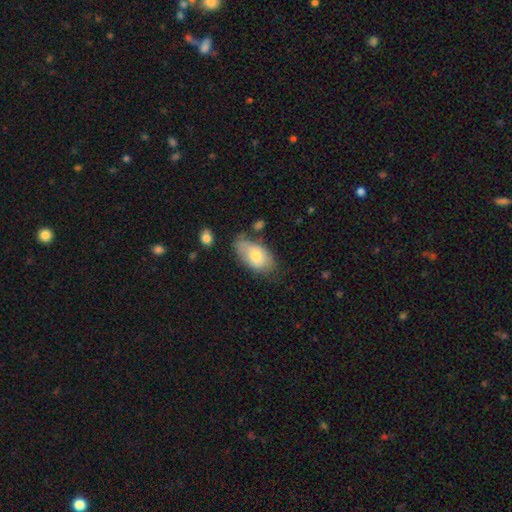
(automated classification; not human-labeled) smooth 70%, featured or disk 23%, star or artifact 6%. Down the decision tree: how rounded — in between (92%); merging — none (55%).